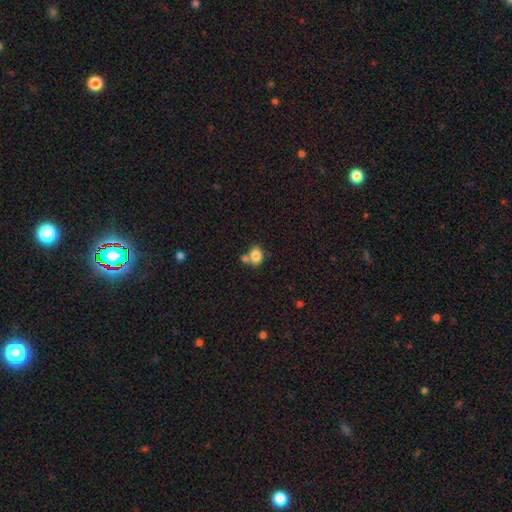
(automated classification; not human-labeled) A smooth galaxy with no disk features (82%) that is in between round and cigar-shaped (60%).

Vote fractions:
- Smooth or featured? smooth: 82% / star or artifact: 9% / featured or disk: 9%
- How rounded? in between: 60% / round: 39% / cigar-shaped: 1%
- Merging? none: 48% / merger: 34% / minor disturbance: 14% / major disturbance: 5%